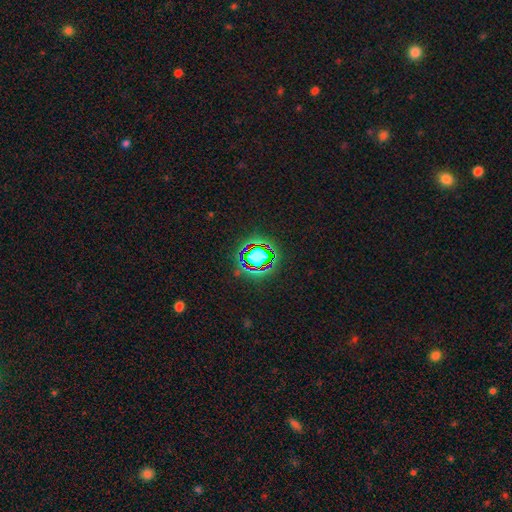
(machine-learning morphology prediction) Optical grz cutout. It shows a star or artifact, not a galaxy (63%).